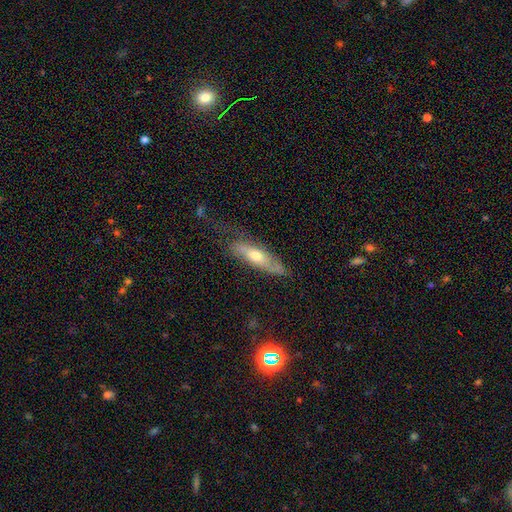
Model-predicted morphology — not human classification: A featured or disk galaxy (49%).

Vote fractions:
- Smooth or featured? featured or disk: 49% / smooth: 44% / star or artifact: 7%
- Merging? none: 56% / minor disturbance: 28% / major disturbance: 13% / merger: 3%